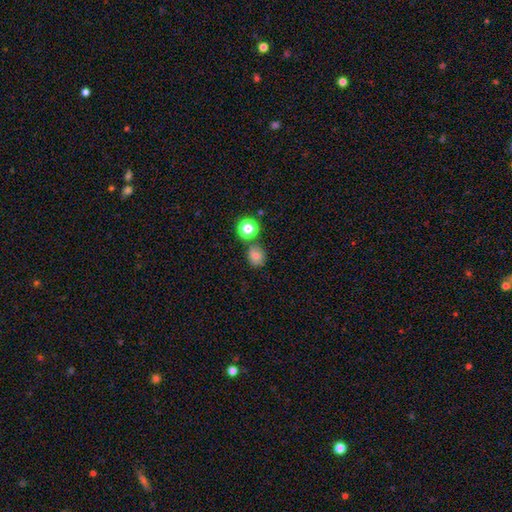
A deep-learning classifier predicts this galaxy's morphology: Overall: smooth (73%). How rounded: round (74%). Merging: none (70%).